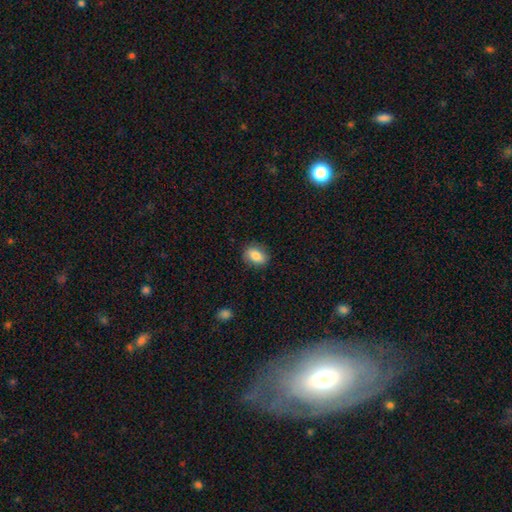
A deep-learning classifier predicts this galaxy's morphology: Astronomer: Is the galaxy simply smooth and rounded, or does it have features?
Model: smooth — 83%.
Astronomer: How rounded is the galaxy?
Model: in between — 73%.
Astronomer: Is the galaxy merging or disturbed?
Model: none — 84%.